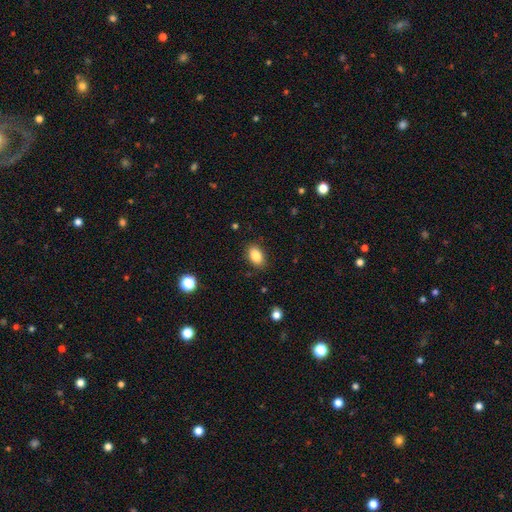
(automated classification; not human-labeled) Smooth or featured: smooth — 87% (star or artifact — 9%)
How rounded: in between — 87% (round — 12%)
Merging: none — 87% (minor disturbance — 10%)